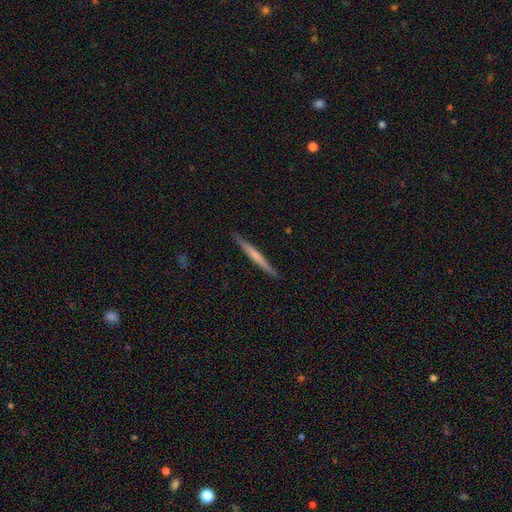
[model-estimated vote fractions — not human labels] Morphology: type=featured or disk (50%); edge-on=yes (97%); merging=none (91%).